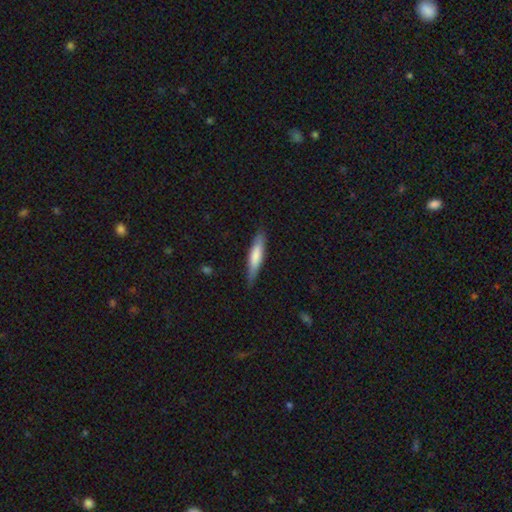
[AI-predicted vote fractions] This appears to be a smooth galaxy with no disk features (70%) that is cigar-shaped (83%). Merging: none (83%).